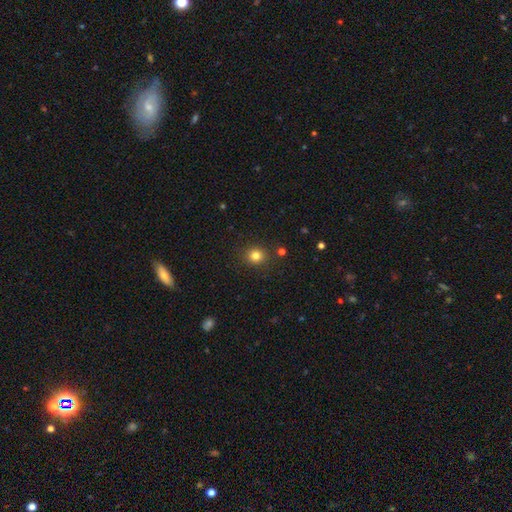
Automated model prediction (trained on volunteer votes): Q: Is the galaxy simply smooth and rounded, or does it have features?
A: smooth — 81%.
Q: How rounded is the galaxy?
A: round — 85%.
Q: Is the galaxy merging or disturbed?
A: none — 89%.